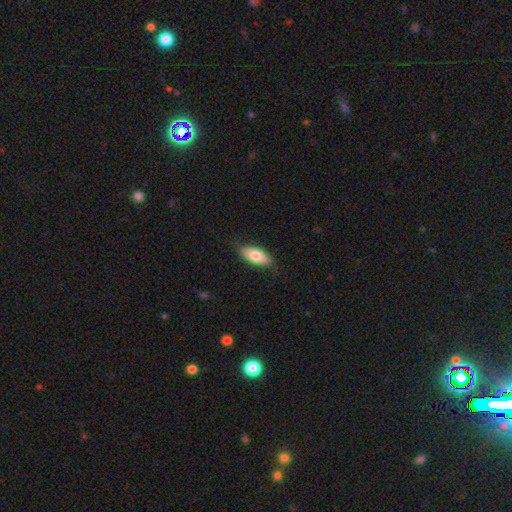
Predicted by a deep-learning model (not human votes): Q: Smooth or featured?
A: smooth (75%); runner-up: featured or disk (19%)
Q: How rounded?
A: in between (90%); runner-up: cigar-shaped (8%)
Q: Merging?
A: none (81%); runner-up: minor disturbance (16%)